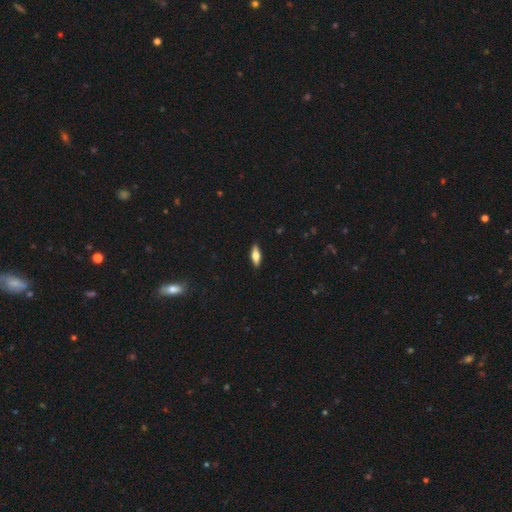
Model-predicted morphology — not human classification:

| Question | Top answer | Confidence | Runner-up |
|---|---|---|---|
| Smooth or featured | smooth | 58% | featured or disk (35%) |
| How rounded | in between | 62% | cigar-shaped (35%) |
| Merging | none | 89% | minor disturbance (8%) |